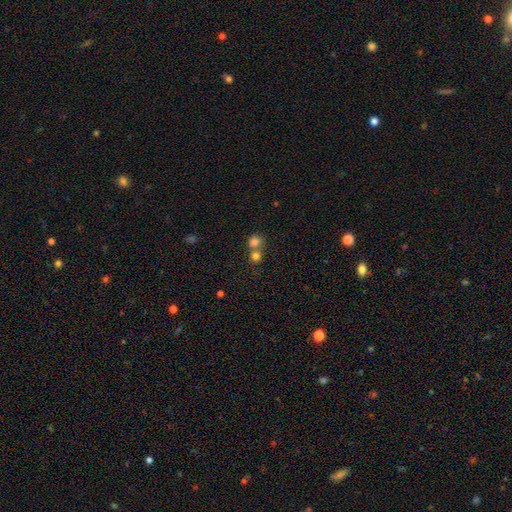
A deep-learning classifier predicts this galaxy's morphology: Q: Smooth or featured?
A: smooth (79%); runner-up: star or artifact (13%)
Q: How rounded?
A: round (85%); runner-up: in between (14%)
Q: Merging?
A: merger (47%); runner-up: none (45%)